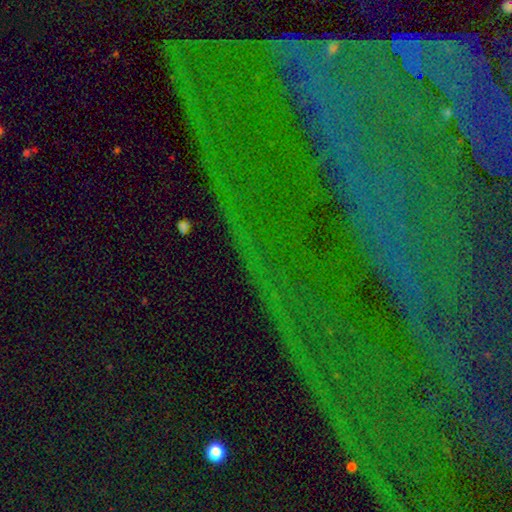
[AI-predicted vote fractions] This is clearly a star or artifact rather than a galaxy (81%).